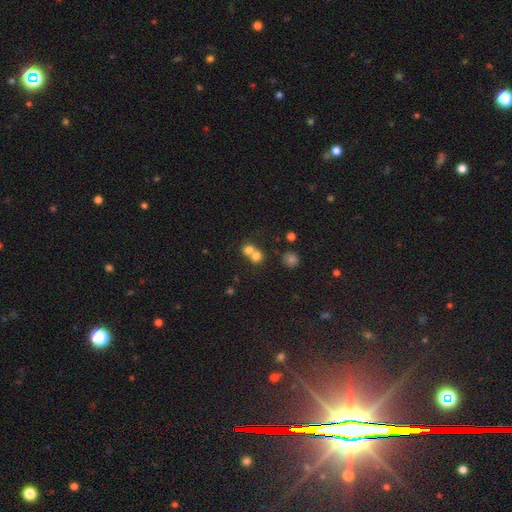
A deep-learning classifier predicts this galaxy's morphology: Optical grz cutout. It shows a smooth galaxy with no disk features (73%) that is round (80%). Merging: merger (57%).